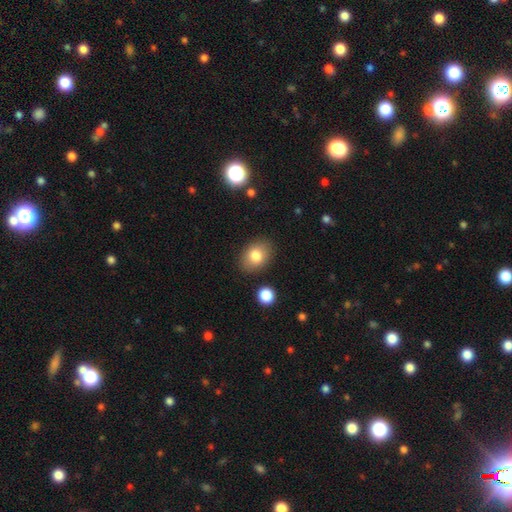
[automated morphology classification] Smooth or featured: smooth — 80% (featured or disk — 11%)
How rounded: in between — 72% (round — 26%)
Merging: none — 85% (minor disturbance — 10%)